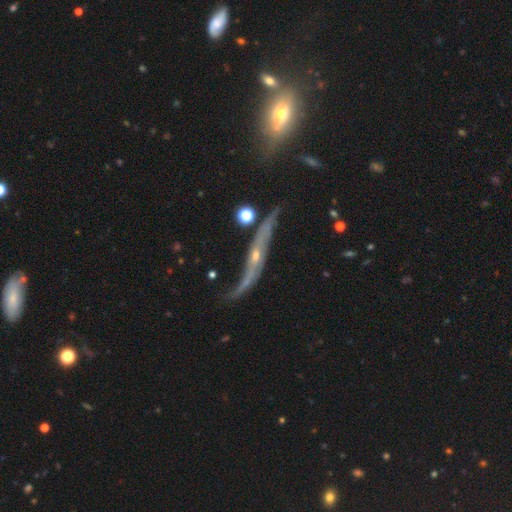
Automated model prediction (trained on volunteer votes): Q: Smooth or featured?
A: featured or disk (80%); runner-up: smooth (12%)
Q: Edge-on disk?
A: yes (54%); runner-up: no (46%)
Q: Merging?
A: none (51%); runner-up: minor disturbance (25%)